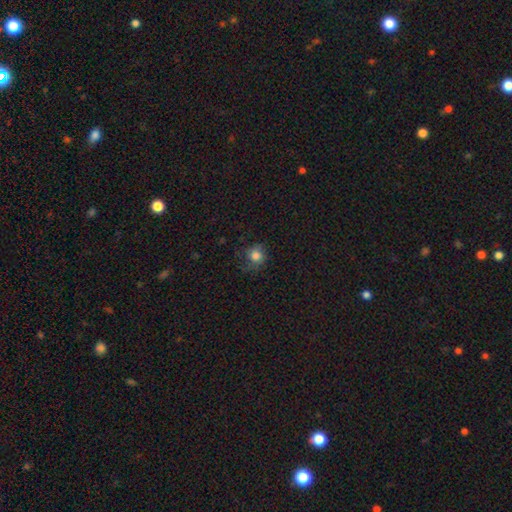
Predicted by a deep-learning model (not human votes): This appears to be a smooth galaxy with no disk features (79%) that is round (84%). Merging: none (67%).